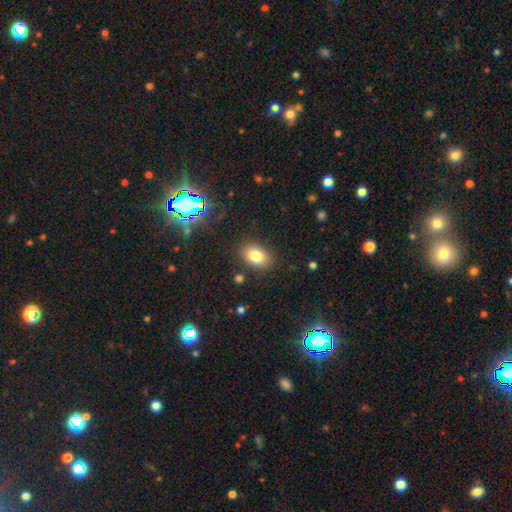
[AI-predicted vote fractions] Smooth or featured: smooth — 80% (star or artifact — 12%)
How rounded: in between — 77% (round — 21%)
Merging: none — 86% (minor disturbance — 9%)